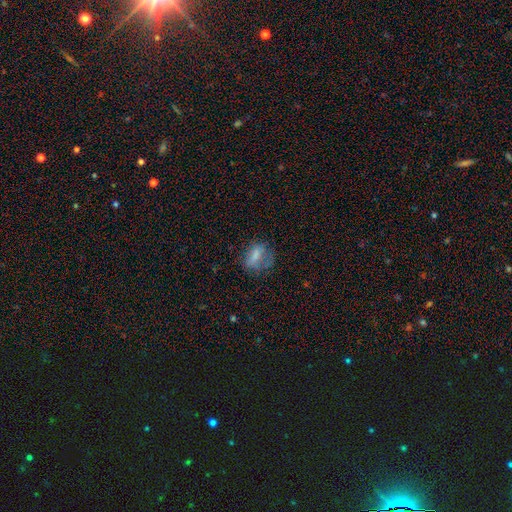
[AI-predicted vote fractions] The model was most divided on "merging": none: 49%, minor disturbance: 26%, major disturbance: 22%, merger: 3%. More confident: smooth or featured — smooth (67%); how rounded — in between (66%).